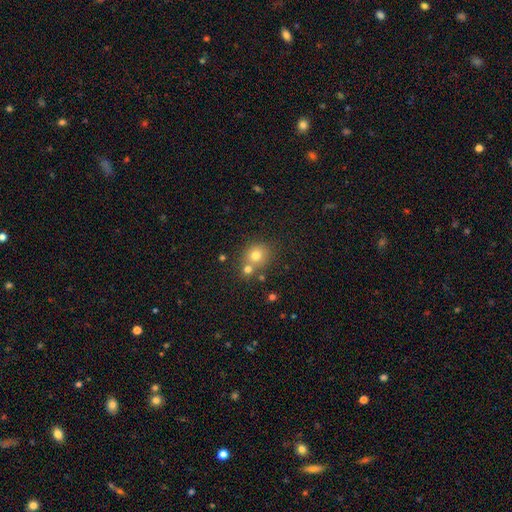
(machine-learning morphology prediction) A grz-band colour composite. It shows a smooth galaxy with no disk features (74%) that is round (81%). Merging: none (56%).